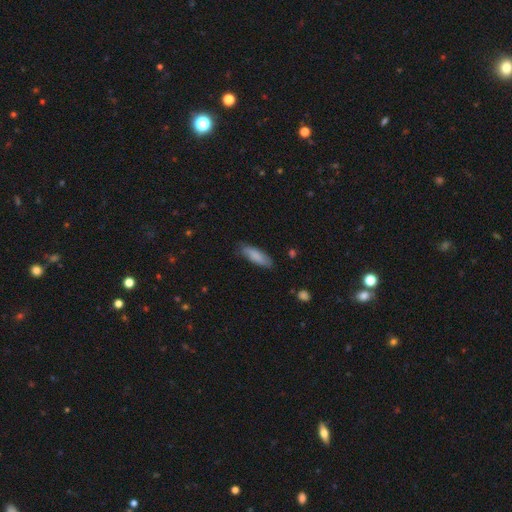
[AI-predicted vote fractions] This is clearly a smooth galaxy (84%). How rounded: possibly in between (51%). Merging: likely none (79%).